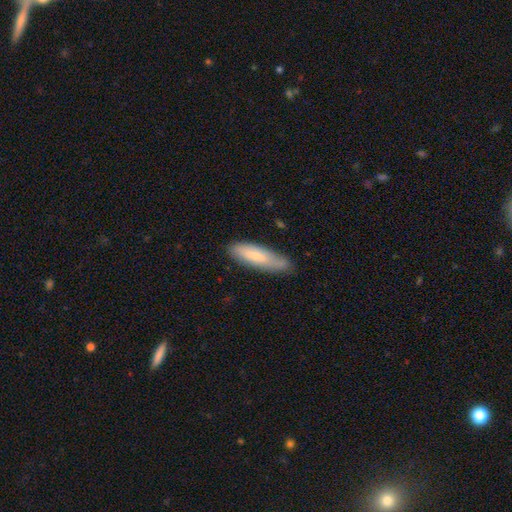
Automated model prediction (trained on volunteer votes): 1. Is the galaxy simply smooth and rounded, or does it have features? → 73% smooth, 21% featured or disk, 6% star or artifact.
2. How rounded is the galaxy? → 61% cigar-shaped, 38% in between, 1% round.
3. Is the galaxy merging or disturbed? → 74% none, 21% minor disturbance, 4% major disturbance, 2% merger.